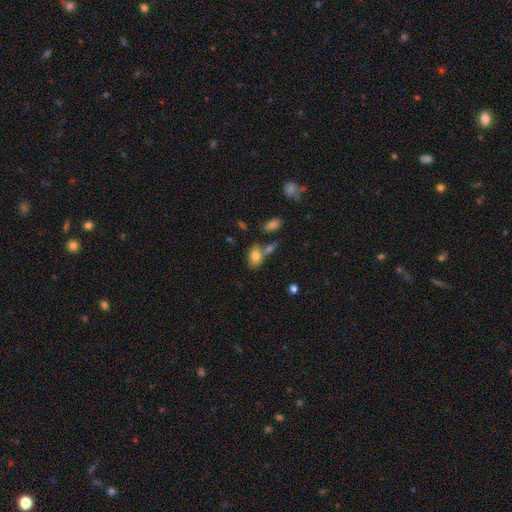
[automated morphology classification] type=smooth (79%); roundness=in between (87%); merging=none (55%).